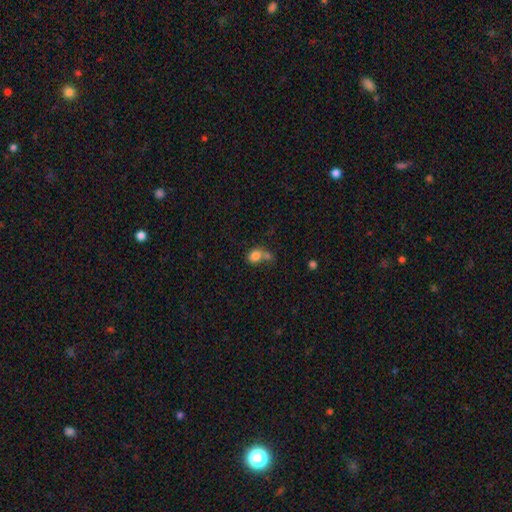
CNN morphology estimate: smooth-or-featured: smooth: 80% | star or artifact: 10% | featured or disk: 9%
  how-rounded: round: 60% | in between: 39% | cigar-shaped: 1%
  merging: merger: 47% | none: 35% | minor disturbance: 11% | major disturbance: 7%